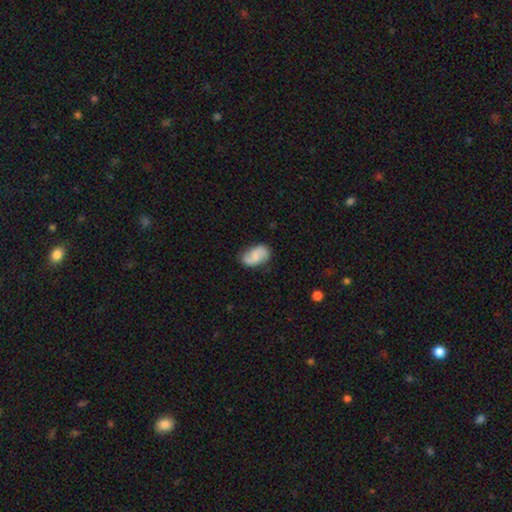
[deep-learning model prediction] Overall: featured or disk (51%; smooth 41%). Edge-on disk: no (97%). Merging: none (74%).